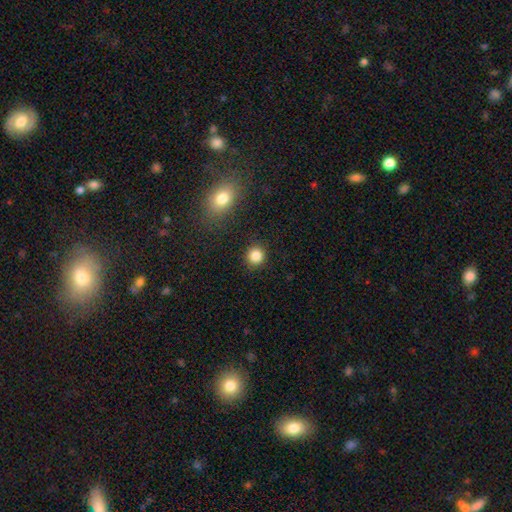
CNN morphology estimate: Smooth or featured?
  - smooth: 85% *
  - star or artifact: 11%
  - featured or disk: 4%
How rounded?
  - round: 90% *
  - in between: 9%
  - cigar-shaped: 1%
Merging?
  - none: 90% *
  - minor disturbance: 6%
  - major disturbance: 2%
  - merger: 2%